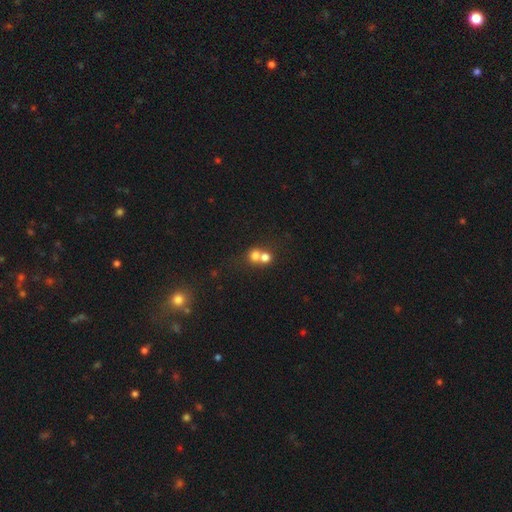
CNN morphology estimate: This is likely a smooth galaxy (71%). How rounded: clearly round (81%). Merging: likely merger (63%).